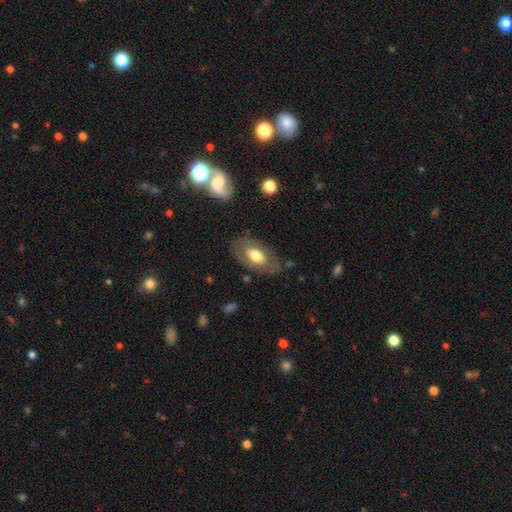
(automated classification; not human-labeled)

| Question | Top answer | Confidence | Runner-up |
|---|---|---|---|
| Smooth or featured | smooth | 49% | featured or disk (45%) |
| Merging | none | 76% | minor disturbance (16%) |